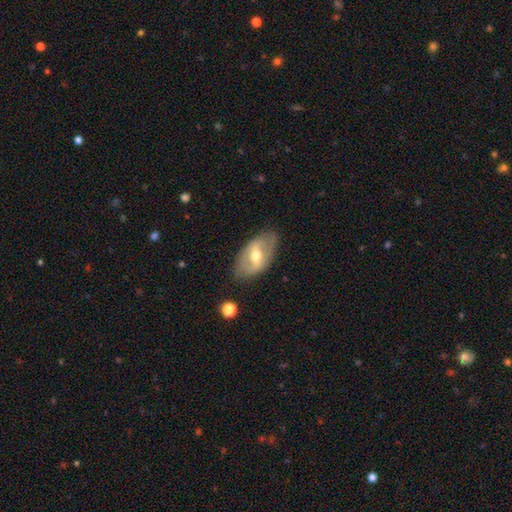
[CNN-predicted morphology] This is likely a featured or disk galaxy (62%). It is clearly not viewed edge-on (87%). Bar: possibly strong (47%). Spiral arm pattern: possibly no (60%). Central bulge: likely moderate (71%). Merging: likely none (76%).